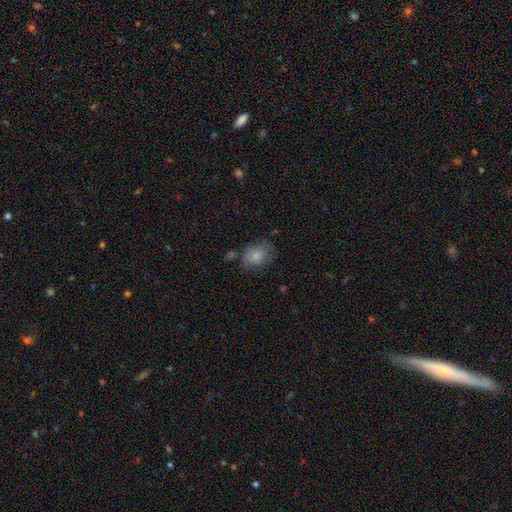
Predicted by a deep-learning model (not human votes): A smooth galaxy with no disk features (78%) that is in between round and cigar-shaped (60%).

Vote fractions:
- Smooth or featured? smooth: 78% / featured or disk: 13% / star or artifact: 9%
- How rounded? in between: 60% / round: 39% / cigar-shaped: 1%
- Merging? none: 58% / minor disturbance: 25% / major disturbance: 11% / merger: 6%